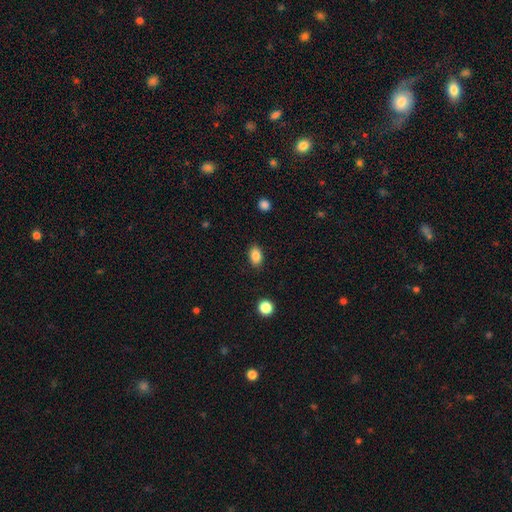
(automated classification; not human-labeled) Smooth or featured?
  - smooth: 85% *
  - star or artifact: 9%
  - featured or disk: 6%
How rounded?
  - in between: 85% *
  - round: 13%
  - cigar-shaped: 1%
Merging?
  - none: 87% *
  - minor disturbance: 9%
  - major disturbance: 2%
  - merger: 1%